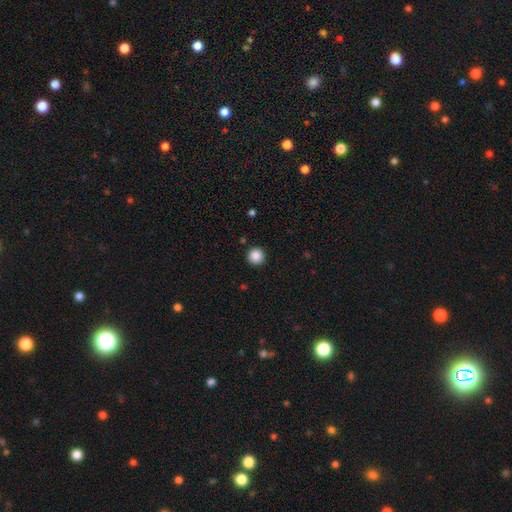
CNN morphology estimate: The model was most divided on "smooth or featured": smooth: 87%, star or artifact: 10%, featured or disk: 3%. More confident: how rounded — round (96%); merging — none (92%).